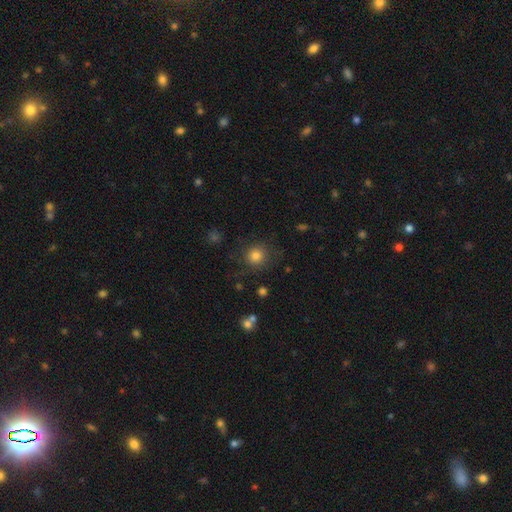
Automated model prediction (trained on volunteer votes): Q: Smooth or featured?
A: smooth (82%); runner-up: star or artifact (12%)
Q: How rounded?
A: round (92%); runner-up: in between (7%)
Q: Merging?
A: none (85%); runner-up: minor disturbance (9%)